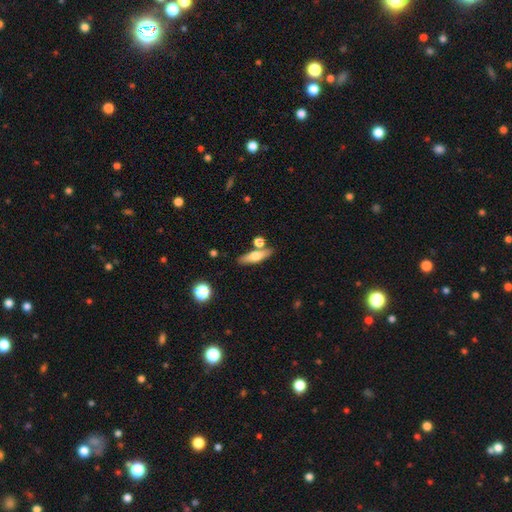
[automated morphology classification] smooth-or-featured: smooth: 57% | featured or disk: 36% | star or artifact: 8%
  how-rounded: cigar-shaped: 63% | in between: 33% | round: 4%
  merging: none: 74% | merger: 12% | minor disturbance: 11% | major disturbance: 3%